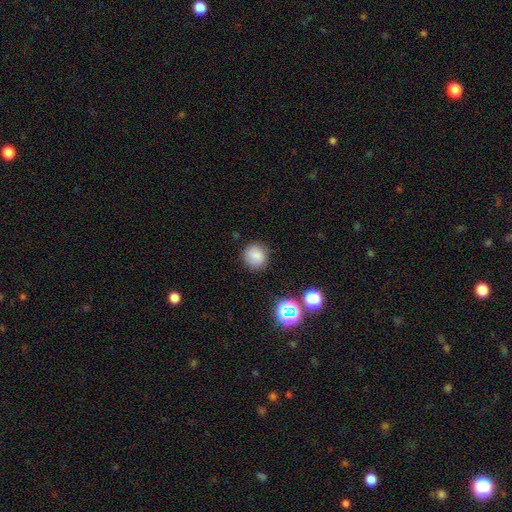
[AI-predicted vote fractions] Smooth or featured? smooth (81%)
How rounded? round (90%)
Merging? none (86%)